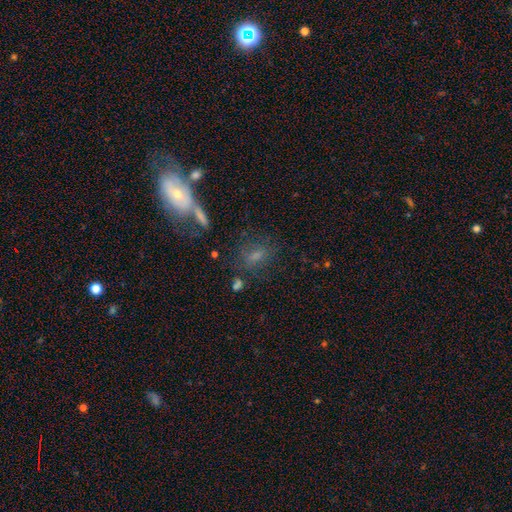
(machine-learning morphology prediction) Smooth or featured? smooth (55%)
How rounded? in between (68%)
Merging? none (53%)